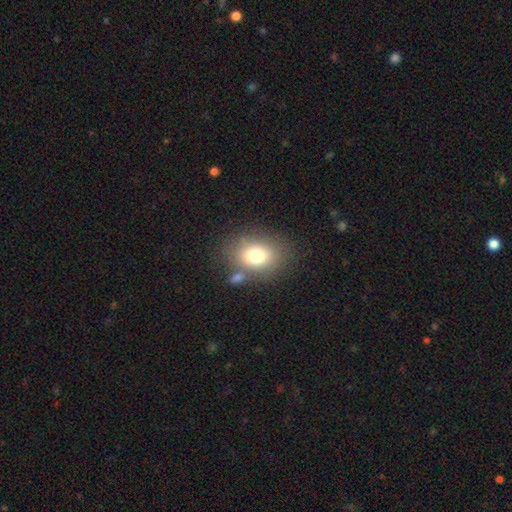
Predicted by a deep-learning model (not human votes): Smooth or featured? Predicted: smooth (p=0.75). How rounded? Predicted: in between (p=0.60). Merging? Predicted: none (p=0.66).